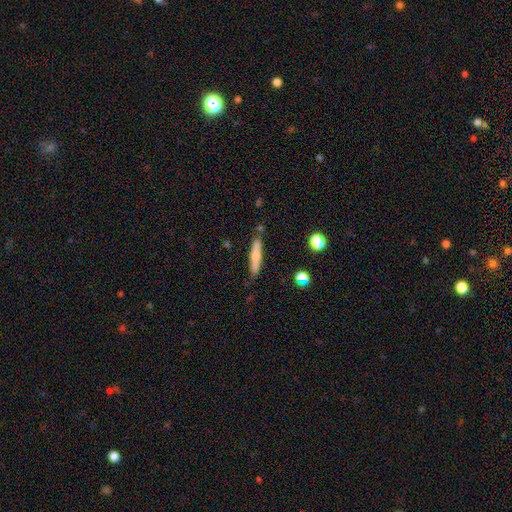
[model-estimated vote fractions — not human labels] Overall: smooth (59%; featured or disk 34%). How rounded: cigar-shaped (88%). Merging: none (80%).